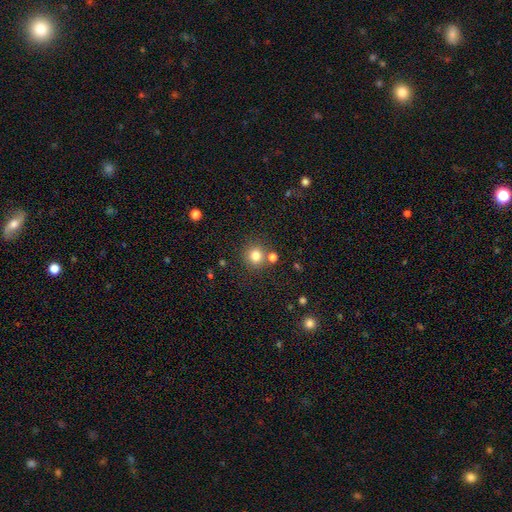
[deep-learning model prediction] Smooth or featured: smooth — 80% (star or artifact — 13%)
How rounded: round — 92% (in between — 7%)
Merging: none — 78% (merger — 11%)